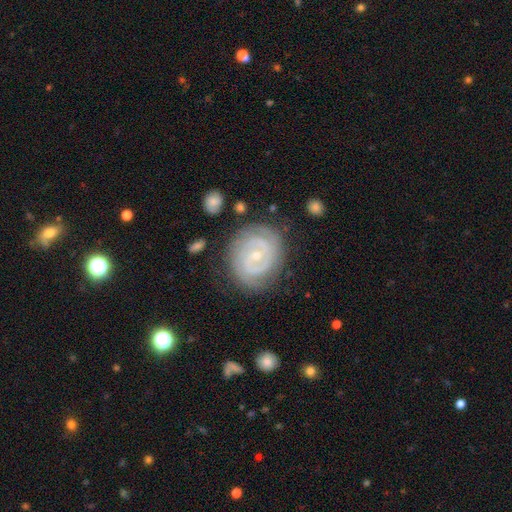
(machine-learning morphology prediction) A featured or disk galaxy (86%) with no bar (53%), 2 (62%) tight (73%) spiral arms (96%) and a small central bulge (72%).

Vote fractions:
- Smooth or featured? featured or disk: 86% / smooth: 8% / star or artifact: 5%
- Edge-on disk? no: 98% / yes: 2%
- Bar? no: 53% / weak: 36% / strong: 11%
- Spiral arms? yes: 96% / no: 4%
- Spiral winding? tight: 73% / medium: 22% / loose: 4%
- Spiral arm count? 2: 62% / can't tell: 16% / 3: 12% / 4: 4% / 1: 3% / more than 4: 3%
- Bulge size? small: 72% / moderate: 25% / none: 1% / large: 1% / dominant: 1%
- Merging? none: 78% / minor disturbance: 15% / major disturbance: 5% / merger: 2%